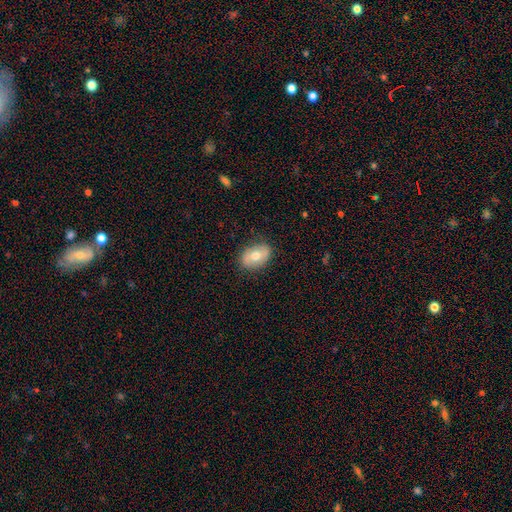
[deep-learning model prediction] Overall: smooth (61%; featured or disk 32%). How rounded: in between (80%). Merging: none (83%).